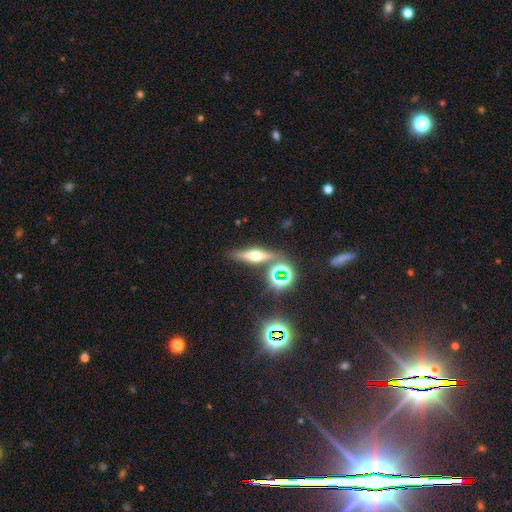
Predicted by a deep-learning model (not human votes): Smooth or featured?
  - featured or disk: 44% *
  - smooth: 35%
  - star or artifact: 22%
Merging?
  - none: 77% *
  - minor disturbance: 10%
  - merger: 10%
  - major disturbance: 4%